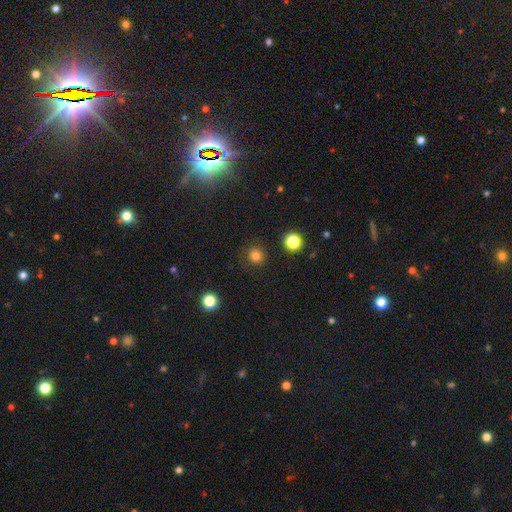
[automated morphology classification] smooth_or_featured: smooth (p=0.79) [alt: star or artifact p=0.15]
how_rounded: round (p=0.92) [alt: in between p=0.07]
merging: none (p=0.84) [alt: minor disturbance p=0.10]